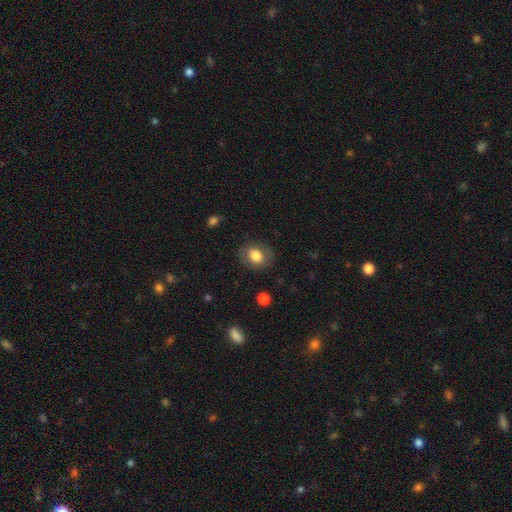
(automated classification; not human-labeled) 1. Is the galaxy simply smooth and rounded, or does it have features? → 79% smooth, 13% featured or disk, 8% star or artifact.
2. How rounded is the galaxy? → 51% round, 48% in between, 1% cigar-shaped.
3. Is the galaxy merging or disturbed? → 83% none, 11% minor disturbance, 5% major disturbance, 1% merger.